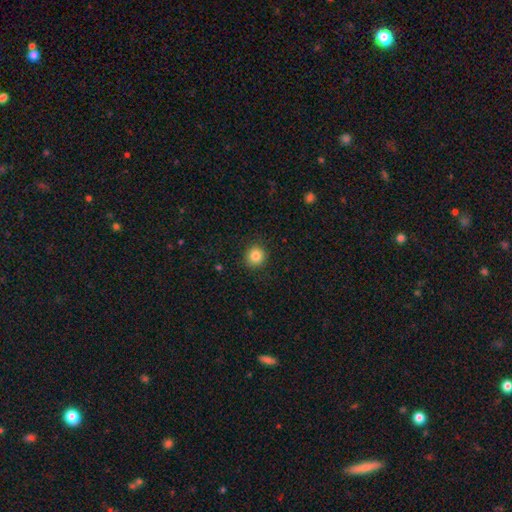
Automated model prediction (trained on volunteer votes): Smooth or featured?
  - smooth: 85% *
  - star or artifact: 10%
  - featured or disk: 5%
How rounded?
  - round: 91% *
  - in between: 8%
  - cigar-shaped: 1%
Merging?
  - none: 90% *
  - minor disturbance: 7%
  - major disturbance: 2%
  - merger: 1%